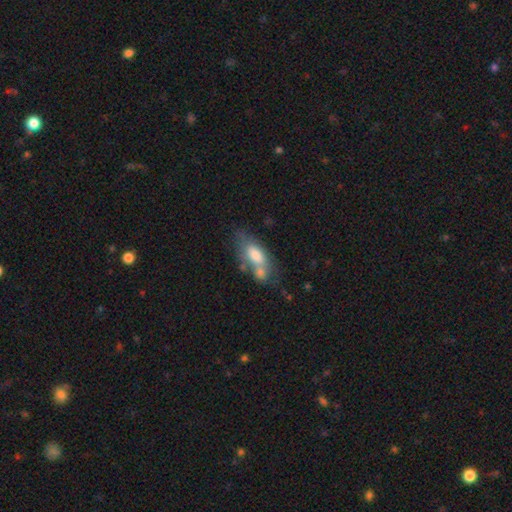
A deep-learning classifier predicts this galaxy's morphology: Smooth or featured?
  - smooth: 69% *
  - featured or disk: 23%
  - star or artifact: 7%
How rounded?
  - in between: 79% *
  - cigar-shaped: 17%
  - round: 4%
Merging?
  - merger: 36% * (tied)
  - none: 36% * (tied)
  - minor disturbance: 19%
  - major disturbance: 10%